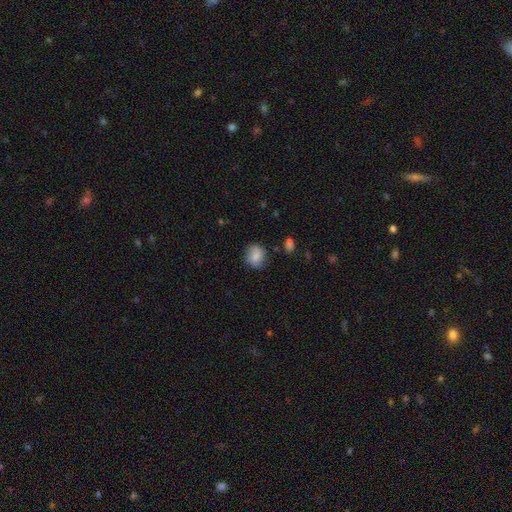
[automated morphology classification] A smooth galaxy with no disk features (82%) that is round (67%).

Vote fractions:
- Smooth or featured? smooth: 82% / featured or disk: 10% / star or artifact: 8%
- How rounded? round: 67% / in between: 32% / cigar-shaped: 1%
- Merging? none: 79% / minor disturbance: 16% / major disturbance: 4% / merger: 2%